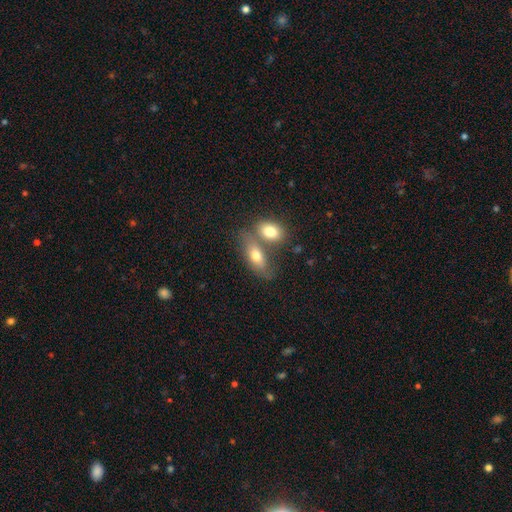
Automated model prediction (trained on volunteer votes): Overall: smooth (72%). How rounded: in between (83%). Merging: merger (50%; none 35%).